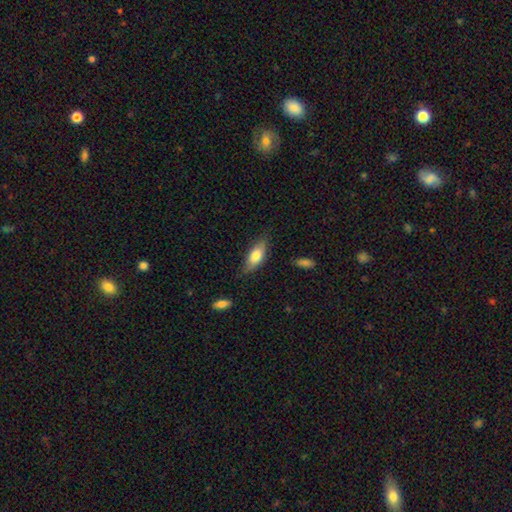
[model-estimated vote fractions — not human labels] The model was most divided on "merging": none: 75%, minor disturbance: 19%, major disturbance: 3%, merger: 2%. More confident: how rounded — in between (78%); smooth or featured — smooth (76%).